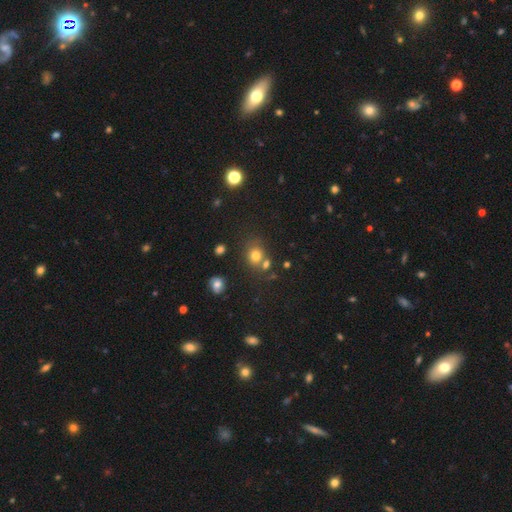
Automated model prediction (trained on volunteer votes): Overall: smooth (75%). How rounded: round (71%). Merging: none (62%).